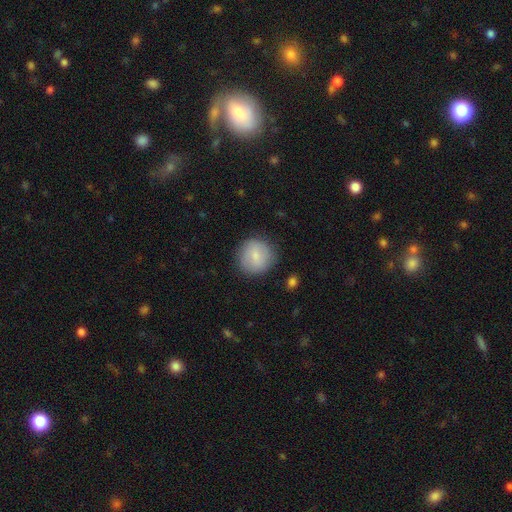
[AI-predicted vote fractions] The model was most divided on "smooth or featured": smooth: 79%, featured or disk: 15%, star or artifact: 6%. More confident: how rounded — round (92%); merging — none (84%).